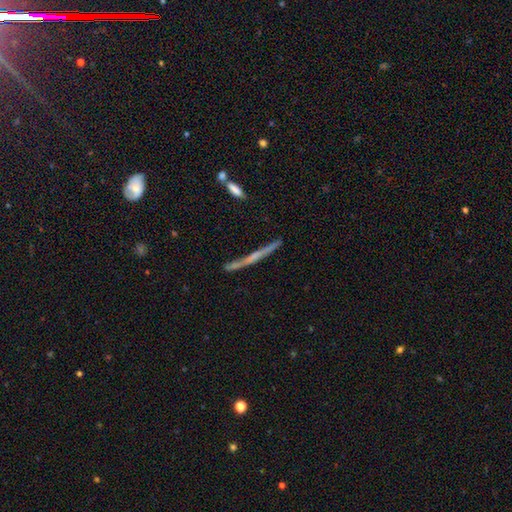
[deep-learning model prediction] Morphology: type=featured or disk (60%); edge-on=yes (96%); edge-on bulge=none (68%); merging=none (81%).